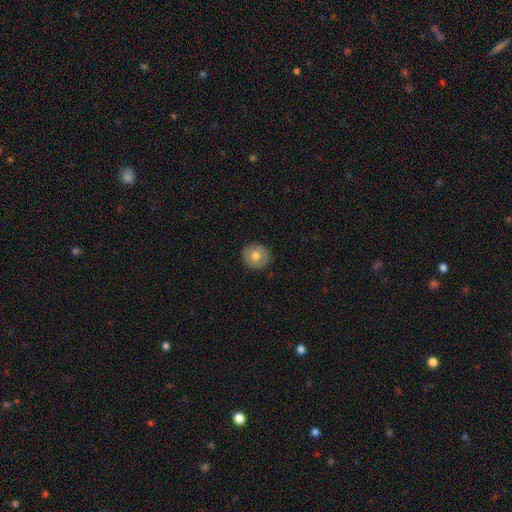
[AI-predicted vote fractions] Smooth or featured? smooth (70%)
How rounded? round (90%)
Merging? none (90%)